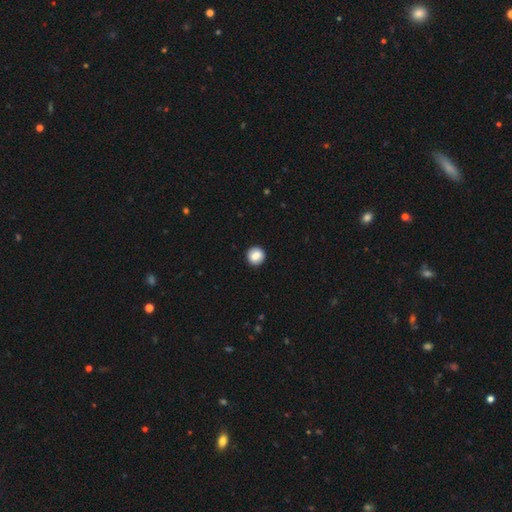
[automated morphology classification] The model was most divided on "smooth or featured": smooth: 84%, star or artifact: 8%, featured or disk: 8%. More confident: merging — none (91%); how rounded — round (90%).